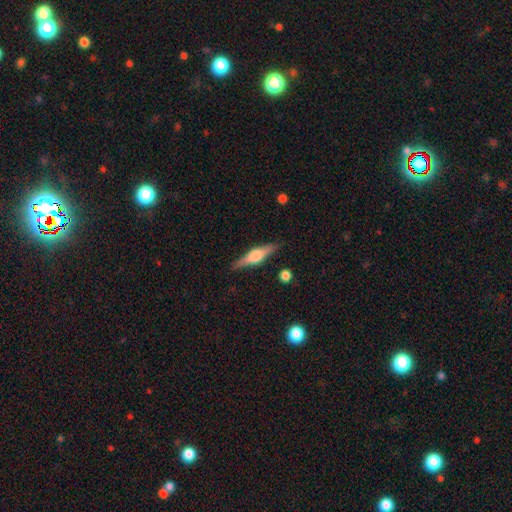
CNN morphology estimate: Smooth or featured?
  - featured or disk: 67% *
  - smooth: 27%
  - star or artifact: 6%
Edge-on disk?
  - yes: 97% *
  - no: 3%
Edge-on bulge?
  - rounded: 86% *
  - boxy: 12%
  - none: 3%
Merging?
  - none: 87% *
  - minor disturbance: 9%
  - major disturbance: 2%
  - merger: 2%